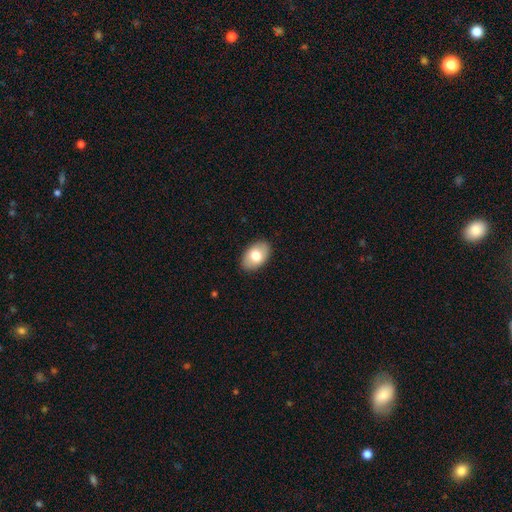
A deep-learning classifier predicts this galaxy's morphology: Smooth or featured? Predicted: smooth (p=0.76). How rounded? Predicted: in between (p=0.90). Merging? Predicted: none (p=0.89).